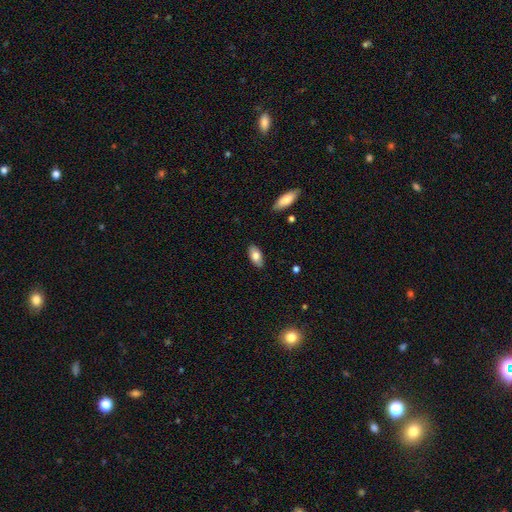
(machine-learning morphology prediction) Q: Smooth or featured?
A: smooth (78%); runner-up: featured or disk (16%)
Q: How rounded?
A: in between (92%); runner-up: cigar-shaped (5%)
Q: Merging?
A: none (87%); runner-up: minor disturbance (10%)